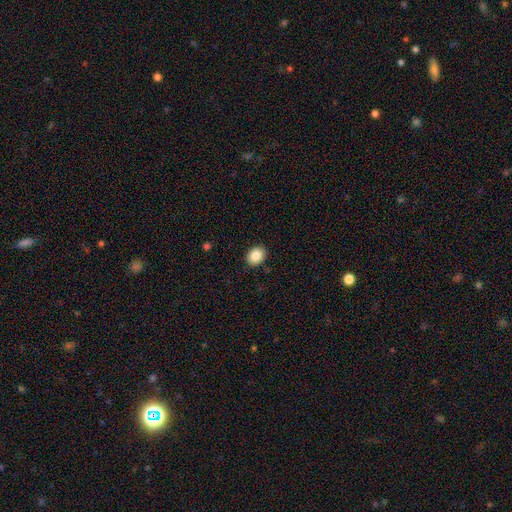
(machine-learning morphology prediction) Smooth or featured? smooth (86%)
How rounded? in between (60%)
Merging? none (90%)